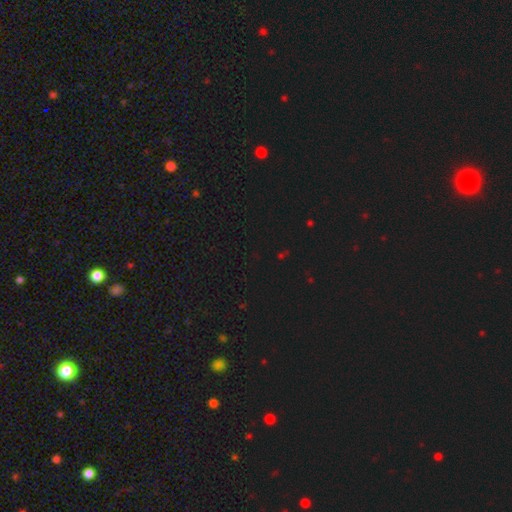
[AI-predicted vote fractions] This is likely a star or artifact rather than a galaxy (73%).